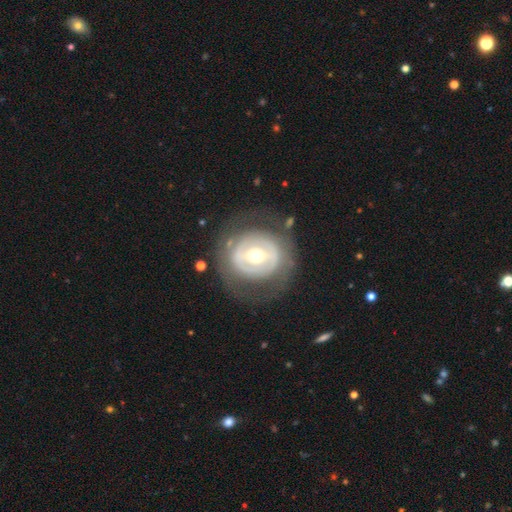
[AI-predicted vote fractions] This appears to be a featured or disk galaxy (68%) with no bar (36%), no spiral arms (69%) and a moderate central bulge (61%). Merging: none (74%).